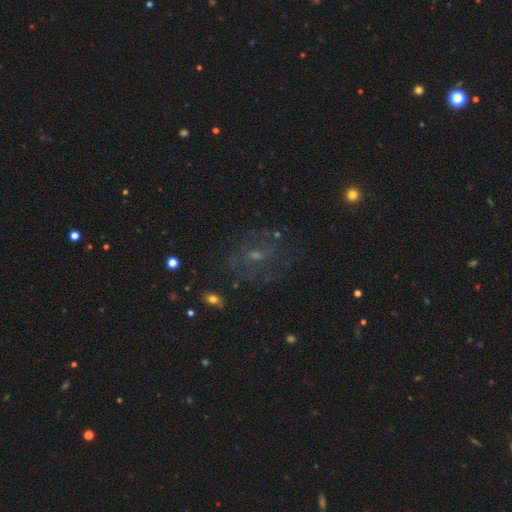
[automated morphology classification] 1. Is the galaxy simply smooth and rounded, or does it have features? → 55% featured or disk, 23% star or artifact, 22% smooth.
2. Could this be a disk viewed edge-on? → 95% no, 5% yes.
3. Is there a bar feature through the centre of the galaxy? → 52% no, 39% weak, 10% strong.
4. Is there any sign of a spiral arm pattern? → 64% yes, 36% no.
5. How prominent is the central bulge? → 56% small, 32% moderate, 8% none, 3% large, 1% dominant.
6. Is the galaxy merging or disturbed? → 67% none, 16% minor disturbance, 14% major disturbance, 2% merger.